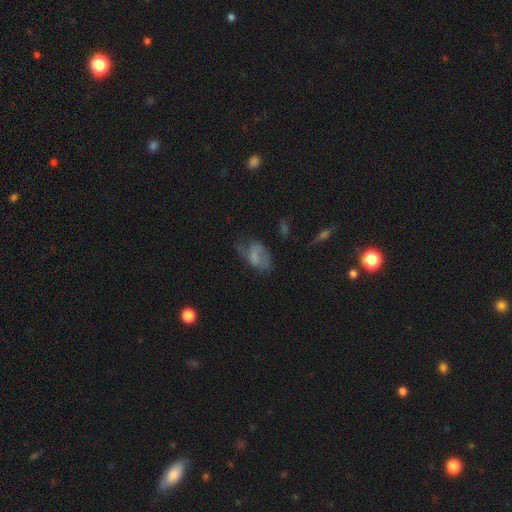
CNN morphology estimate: The model was most divided on "merging": none: 38%, minor disturbance: 32%, major disturbance: 26%, merger: 4%. More confident: how rounded — in between (89%); smooth or featured — smooth (54%).